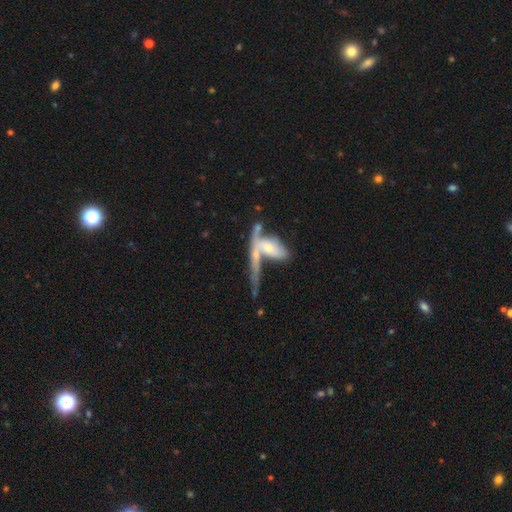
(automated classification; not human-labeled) featured or disk 57%, smooth 28%, star or artifact 15%. Down the decision tree: edge-on disk — no (54%); merging — merger (53%).